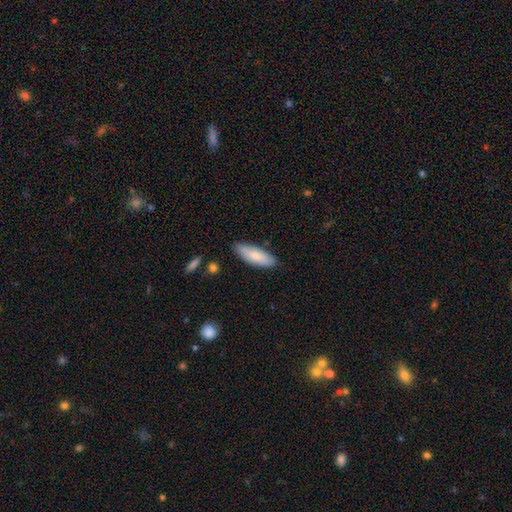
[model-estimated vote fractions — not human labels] Smooth or featured: smooth — 81% (featured or disk — 14%)
How rounded: in between — 67% (cigar-shaped — 31%)
Merging: none — 80% (minor disturbance — 16%)